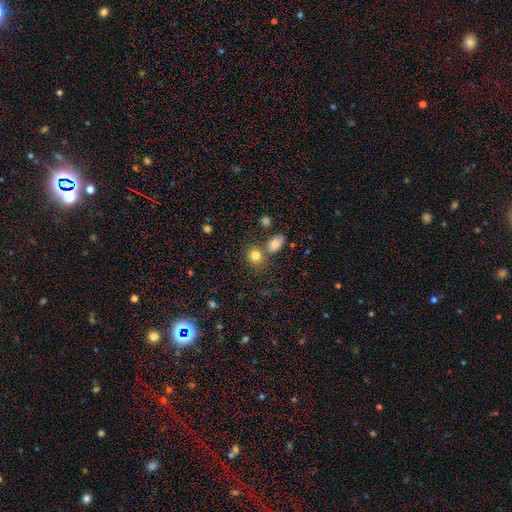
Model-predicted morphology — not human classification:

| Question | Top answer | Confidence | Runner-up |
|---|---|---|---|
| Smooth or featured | smooth | 81% | star or artifact (12%) |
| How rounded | round | 69% | in between (30%) |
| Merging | none | 61% | merger (25%) |